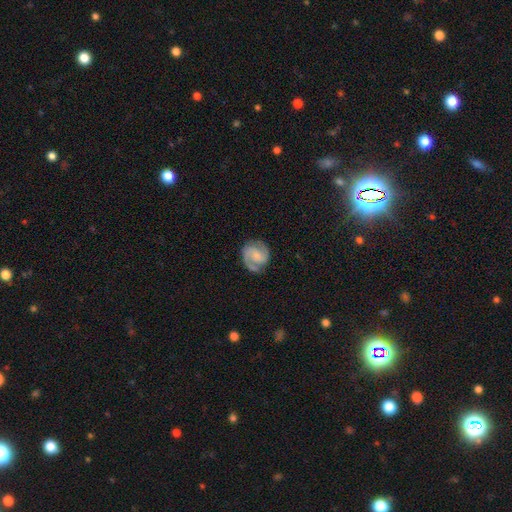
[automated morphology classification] This appears to be a featured or disk galaxy (82%) with no bar (49%), 2 (87%) medium (46%) spiral arms (97%) and no central bulge (36%). Merging: none (78%).